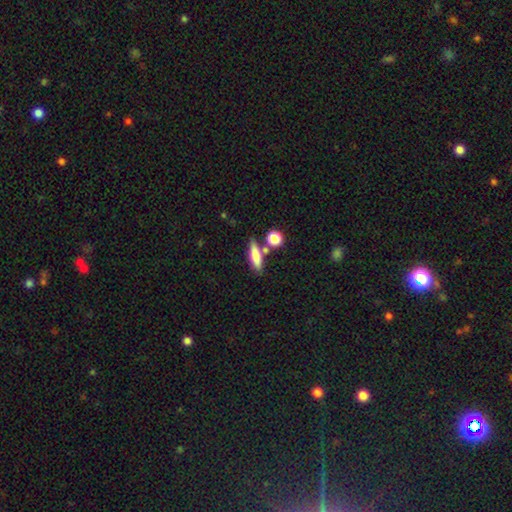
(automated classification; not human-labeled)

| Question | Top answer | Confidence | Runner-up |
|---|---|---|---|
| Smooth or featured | smooth | 74% | featured or disk (18%) |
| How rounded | cigar-shaped | 54% | in between (39%) |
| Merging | none | 67% | merger (16%) |